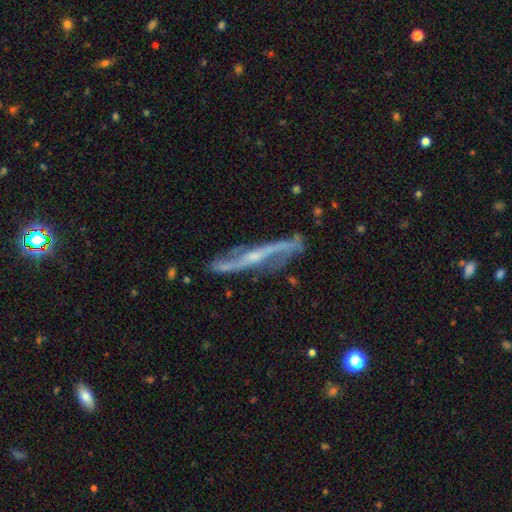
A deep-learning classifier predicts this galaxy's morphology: Smooth or featured?
  - featured or disk: 87% *
  - smooth: 8%
  - star or artifact: 5%
Edge-on disk?
  - no: 54% *
  - yes: 46%
Merging?
  - none: 73% *
  - minor disturbance: 19%
  - major disturbance: 6%
  - merger: 3%